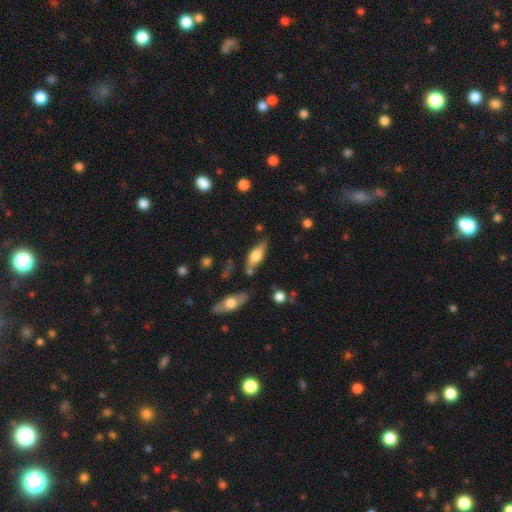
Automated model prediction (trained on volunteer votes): smooth-or-featured: smooth: 55% | featured or disk: 39% | star or artifact: 6%
  how-rounded: in between: 66% | cigar-shaped: 31% | round: 3%
  merging: none: 69% | minor disturbance: 18% | merger: 8% | major disturbance: 5%